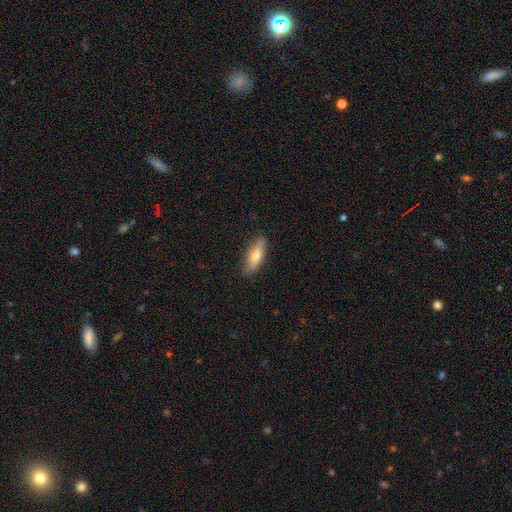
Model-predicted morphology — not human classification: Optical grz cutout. It shows a smooth galaxy with no disk features (65%) that is cigar-shaped (51%). Merging: none (85%).